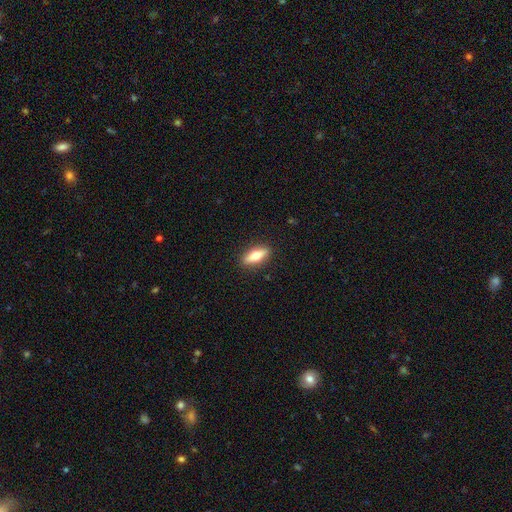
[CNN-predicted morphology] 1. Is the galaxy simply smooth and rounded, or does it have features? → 58% smooth, 36% featured or disk, 6% star or artifact.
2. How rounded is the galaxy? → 56% in between, 40% cigar-shaped, 3% round.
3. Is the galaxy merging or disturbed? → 89% none, 8% minor disturbance, 2% major disturbance, 1% merger.